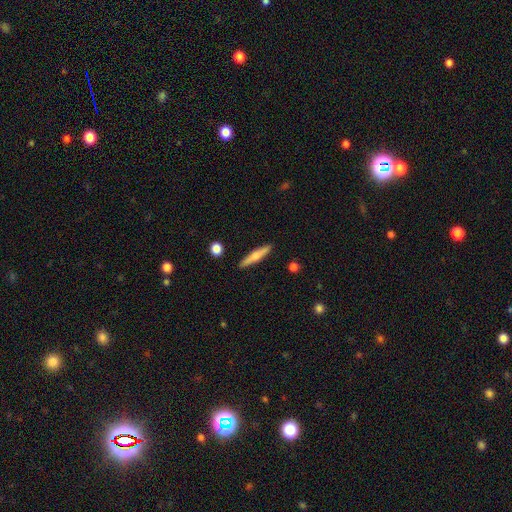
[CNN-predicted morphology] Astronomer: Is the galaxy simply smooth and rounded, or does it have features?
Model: smooth — 53% (runner-up: featured or disk, 41%).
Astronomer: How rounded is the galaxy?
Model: cigar-shaped — 87%.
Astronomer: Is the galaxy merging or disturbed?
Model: none — 89%.